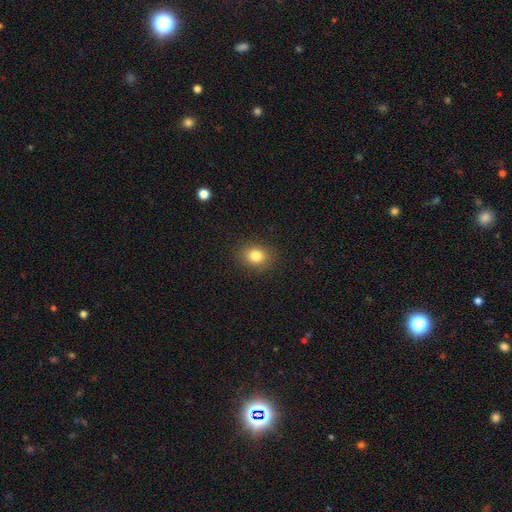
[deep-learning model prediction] Smooth or featured: smooth — 82% (star or artifact — 11%)
How rounded: round — 55% (in between — 44%)
Merging: none — 87% (minor disturbance — 9%)